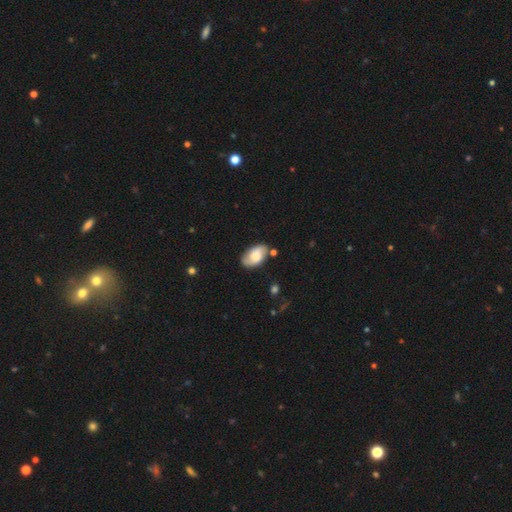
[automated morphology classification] This is possibly a smooth galaxy (57%). How rounded: clearly in between (93%). Merging: likely none (70%).